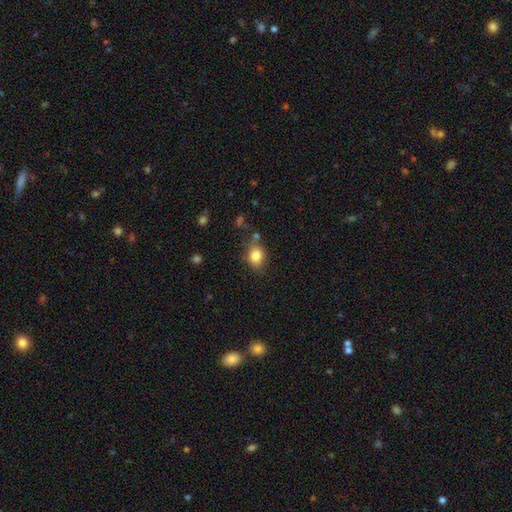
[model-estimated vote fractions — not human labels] smooth 83%, star or artifact 9%, featured or disk 8%. Down the decision tree: how rounded — in between (62%); merging — none (68%).